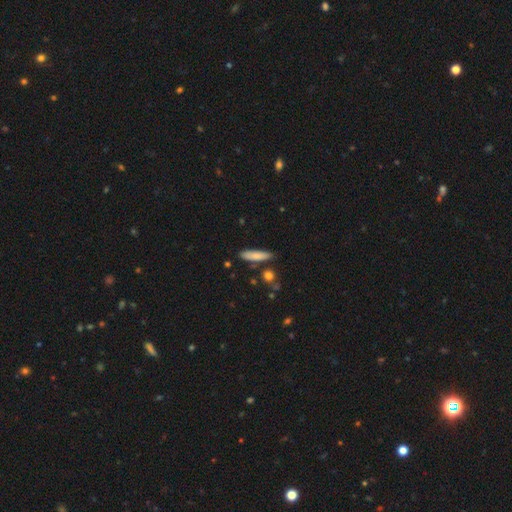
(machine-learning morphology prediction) Smooth or featured: smooth — 81% (featured or disk — 13%)
How rounded: cigar-shaped — 75% (in between — 23%)
Merging: none — 80% (minor disturbance — 13%)